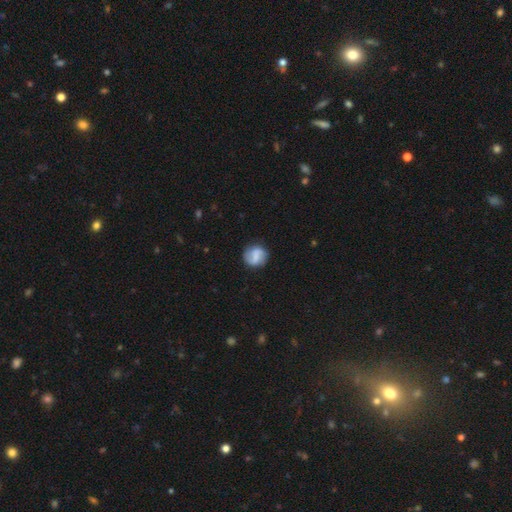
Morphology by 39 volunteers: This is possibly a featured or disk galaxy (54%). It is clearly not viewed edge-on (100%). Bar: marginally weak (43%). Spiral arm pattern: clearly yes (81%). Spiral arm count: likely 2 (76%). Spiral winding: marginally medium (35%, tied with loose). Central bulge: possibly none (48%). Merging: likely none (74%).